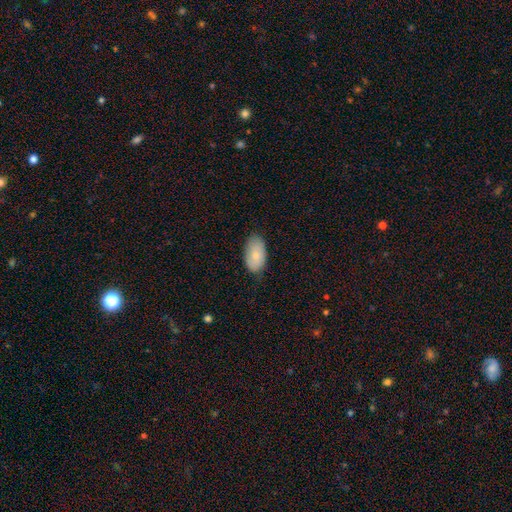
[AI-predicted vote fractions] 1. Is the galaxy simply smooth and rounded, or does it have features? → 79% smooth, 15% featured or disk, 6% star or artifact.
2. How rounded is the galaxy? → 95% in between, 4% round, 2% cigar-shaped.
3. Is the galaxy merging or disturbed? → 77% none, 19% minor disturbance, 3% major disturbance, 1% merger.